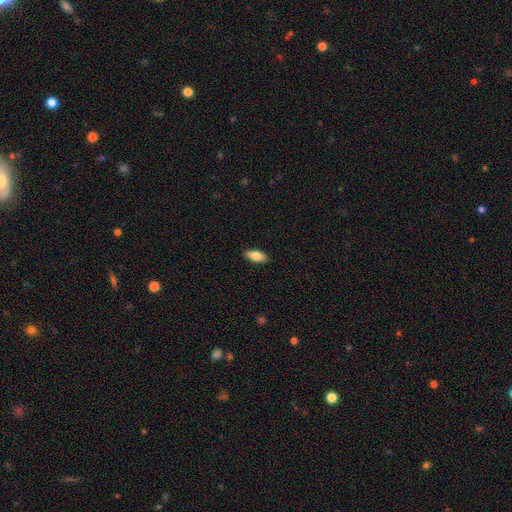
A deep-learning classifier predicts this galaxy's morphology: type=smooth (82%); roundness=in between (84%); merging=none (90%).